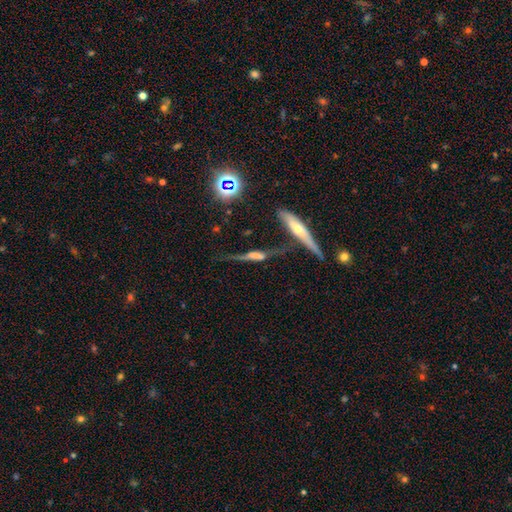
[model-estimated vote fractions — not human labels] The model was most divided on "merging": none: 35%, merger: 28%, major disturbance: 19%, minor disturbance: 18%. More confident: edge-on disk — yes (75%); smooth or featured — featured or disk (61%).